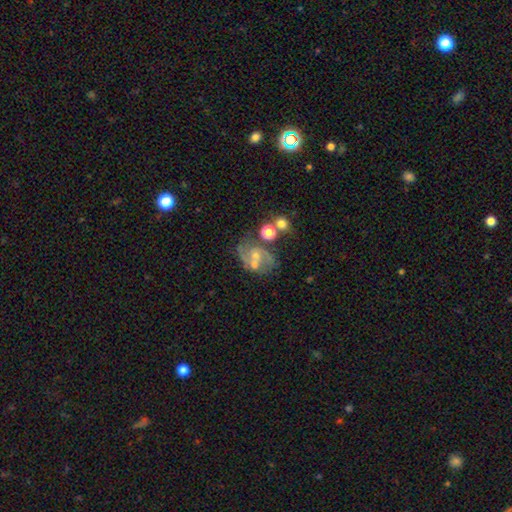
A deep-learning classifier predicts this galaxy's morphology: Smooth or featured? featured or disk (70%)
Edge-on disk? no (97%)
Bar? no (46%)
Spiral arms? yes (87%)
Spiral winding? medium (50%)
Spiral arm count? 2 (81%)
Bulge size? small (54%)
Merging? none (51%)